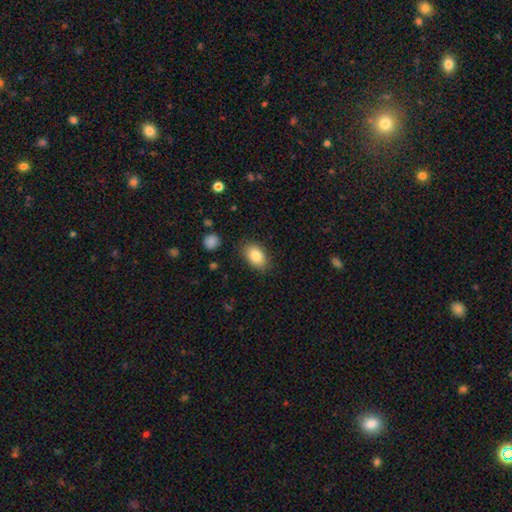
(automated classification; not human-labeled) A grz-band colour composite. It shows a smooth galaxy with no disk features (85%) that is in between round and cigar-shaped (88%). Merging: none (83%).